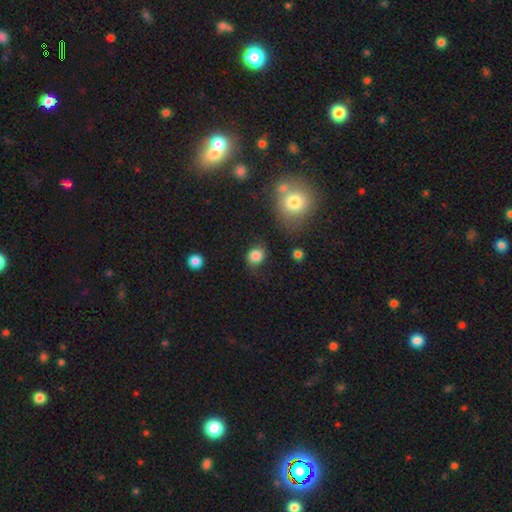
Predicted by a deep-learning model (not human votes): The model was most divided on "merging": none: 66%, minor disturbance: 22%, major disturbance: 9%, merger: 3%. More confident: smooth or featured — smooth (82%); how rounded — round (77%).